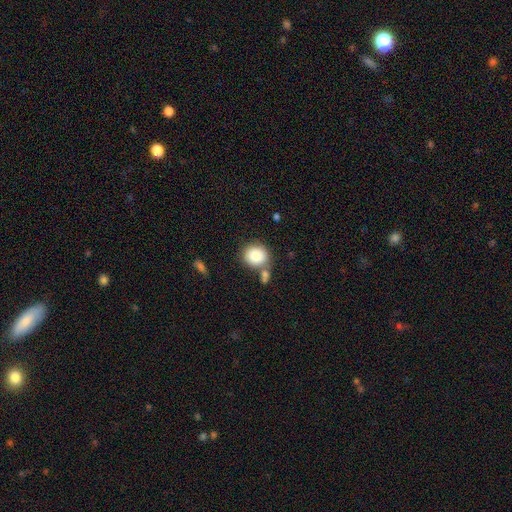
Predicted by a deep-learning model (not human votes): smooth-or-featured: smooth: 85% | star or artifact: 8% | featured or disk: 7%
  how-rounded: round: 80% | in between: 19% | cigar-shaped: 1%
  merging: none: 62% | merger: 21% | minor disturbance: 12% | major disturbance: 4%